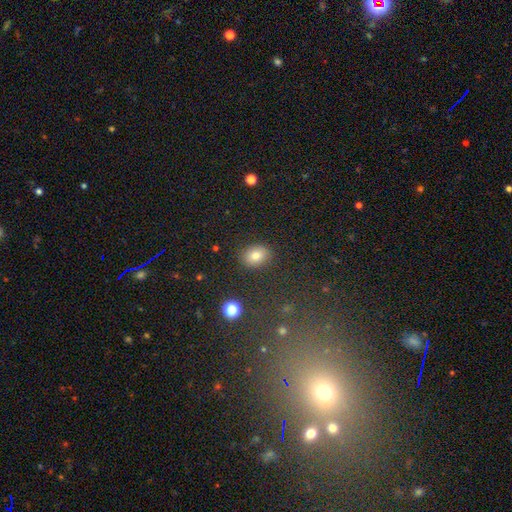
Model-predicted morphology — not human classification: The model was most divided on "how rounded": in between: 65%, round: 34%, cigar-shaped: 1%. More confident: merging — none (87%); smooth or featured — smooth (79%).